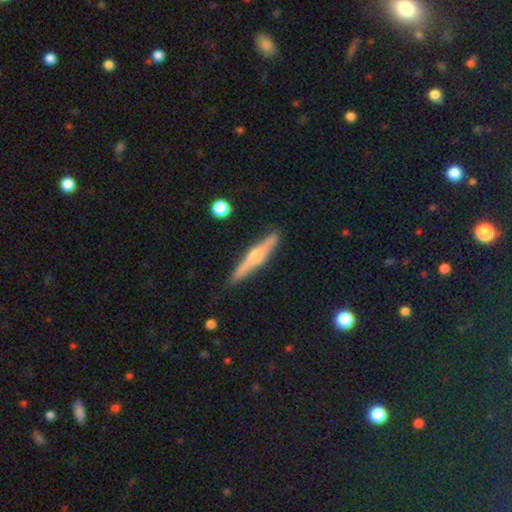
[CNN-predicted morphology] The model was most divided on "smooth or featured": featured or disk: 69%, smooth: 25%, star or artifact: 6%. More confident: edge-on disk — yes (97%); edge-on bulge — rounded (88%); merging — none (87%).